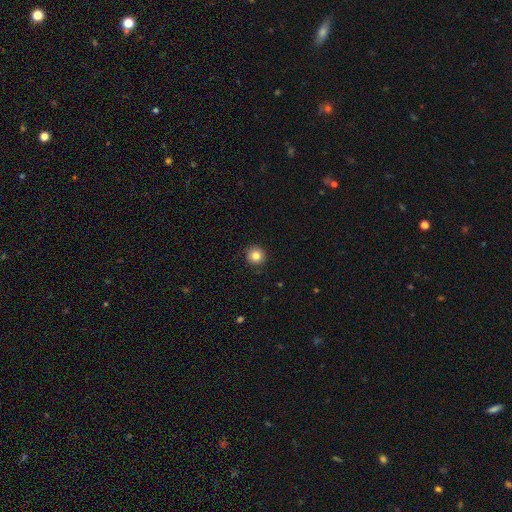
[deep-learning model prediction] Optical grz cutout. It shows a smooth galaxy with no disk features (84%) that is round (95%). Merging: none (91%).